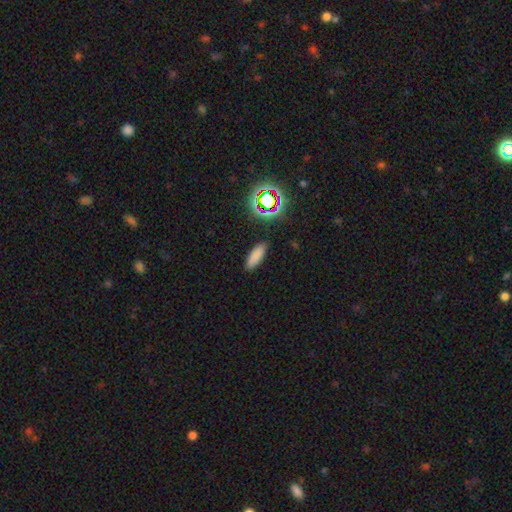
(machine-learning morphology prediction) Smooth or featured? smooth (79%)
How rounded? in between (62%)
Merging? none (87%)